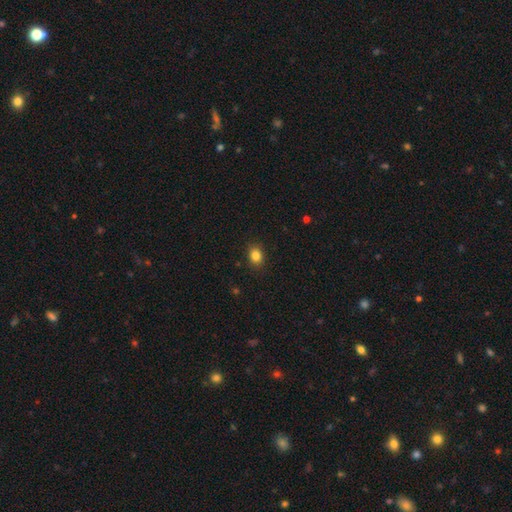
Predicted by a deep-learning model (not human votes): Overall: smooth (84%). How rounded: in between (50%; round 49%). Merging: none (88%).